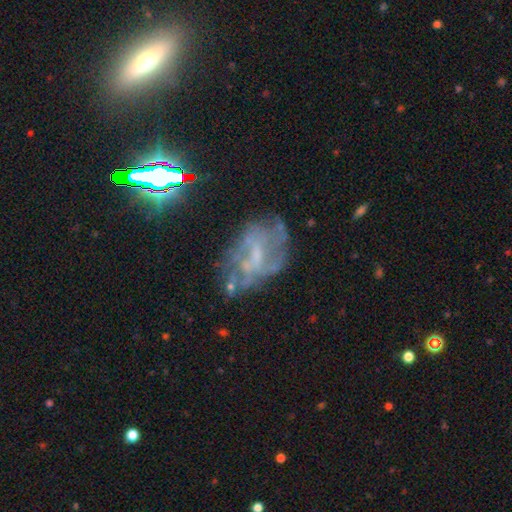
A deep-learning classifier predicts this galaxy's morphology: featured or disk 61%, star or artifact 20%, smooth 19%. Down the decision tree: edge-on disk — no (96%); bar — no (48%); spiral arms — no (51%); bulge size — small (39%, tied with none); merging — none (51%).